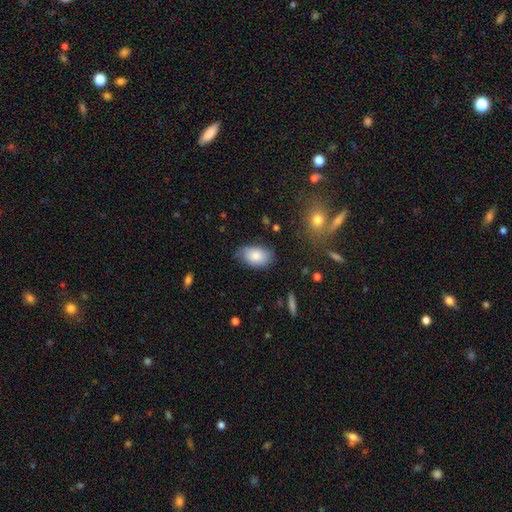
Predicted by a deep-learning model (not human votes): A smooth galaxy with no disk features (83%) that is in between round and cigar-shaped (89%).

Vote fractions:
- Smooth or featured? smooth: 83% / featured or disk: 10% / star or artifact: 7%
- How rounded? in between: 89% / round: 9% / cigar-shaped: 1%
- Merging? none: 65% / minor disturbance: 27% / major disturbance: 6% / merger: 2%